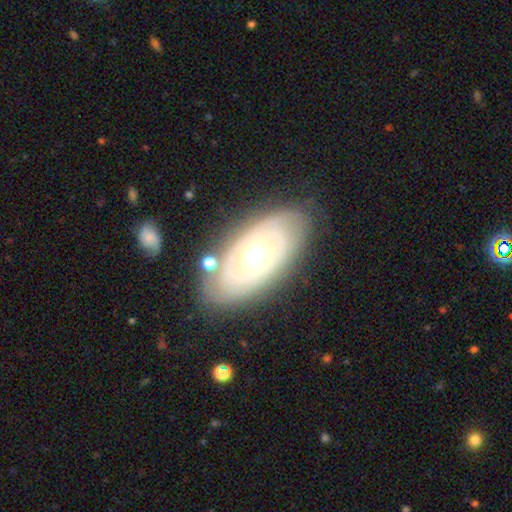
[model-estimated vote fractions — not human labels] Smooth or featured? Predicted: featured or disk (p=0.71). Edge-on disk? Predicted: no (p=0.91). Bar? Predicted: no (p=0.86). Spiral arms? Predicted: no (p=0.61). Bulge size? Predicted: moderate (p=0.68). Merging? Predicted: none (p=0.78).